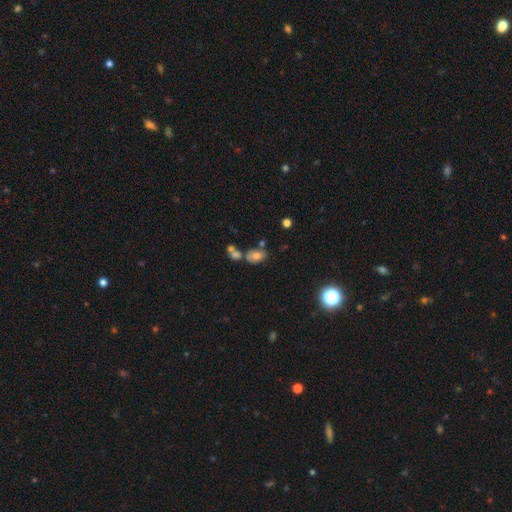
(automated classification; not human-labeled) smooth-or-featured: smooth: 67% | featured or disk: 20% | star or artifact: 12%
  how-rounded: in between: 81% | round: 17% | cigar-shaped: 2%
  merging: none: 43% | merger: 33% | minor disturbance: 16% | major disturbance: 8%